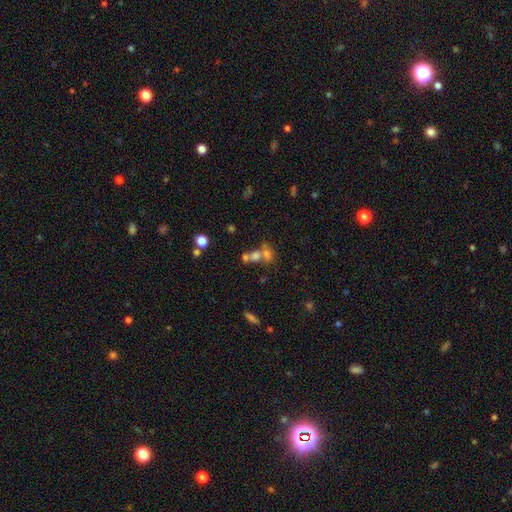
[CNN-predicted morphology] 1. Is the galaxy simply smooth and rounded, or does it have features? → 63% smooth, 19% star or artifact, 19% featured or disk.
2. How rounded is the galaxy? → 49% in between, 48% round, 3% cigar-shaped.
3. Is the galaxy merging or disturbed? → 55% merger, 30% none, 8% minor disturbance, 7% major disturbance.